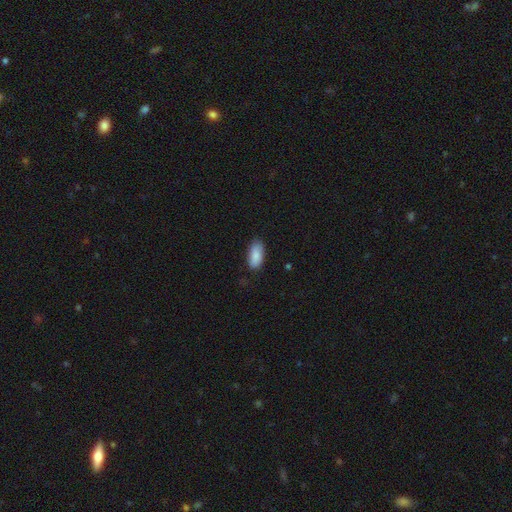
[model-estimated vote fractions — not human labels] A smooth galaxy with no disk features (89%) that is in between round and cigar-shaped (90%). Merging: none (81%).